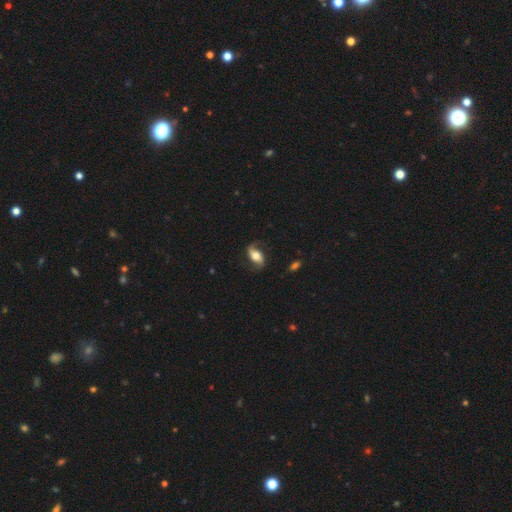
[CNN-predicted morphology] featured or disk 68%, smooth 25%, star or artifact 7%. Down the decision tree: edge-on disk — no (93%); bar — no (44%); spiral arms — yes (91%); spiral arm count — 2 (89%); spiral winding — loose (63%); bulge size — moderate (45%); merging — none (71%).